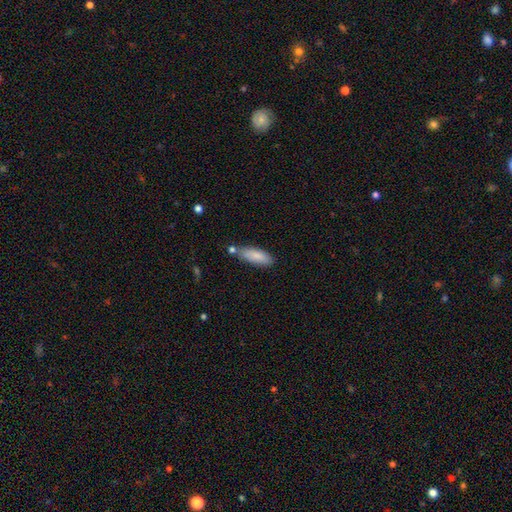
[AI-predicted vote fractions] Smooth or featured: smooth — 84% (featured or disk — 10%)
How rounded: in between — 59% (cigar-shaped — 40%)
Merging: none — 67% (minor disturbance — 18%)